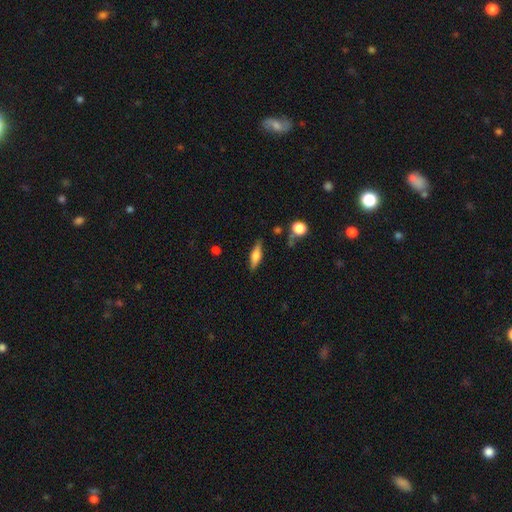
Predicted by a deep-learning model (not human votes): Smooth or featured? Predicted: smooth (p=0.55). How rounded? Predicted: cigar-shaped (p=0.51). Merging? Predicted: none (p=0.82).